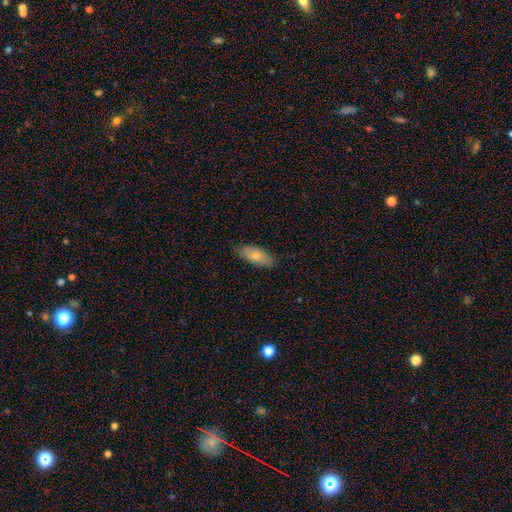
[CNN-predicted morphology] A smooth galaxy with no disk features (77%) that is in between round and cigar-shaped (87%). Merging: none (79%).